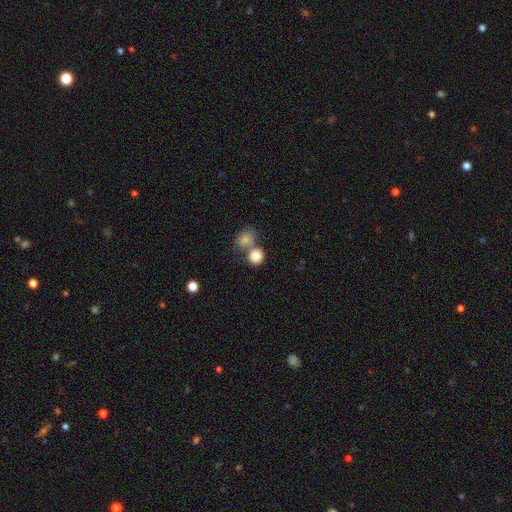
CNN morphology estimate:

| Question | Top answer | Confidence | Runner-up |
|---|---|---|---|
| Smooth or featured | smooth | 83% | star or artifact (9%) |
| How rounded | round | 83% | in between (16%) |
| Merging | merger | 46% | none (41%) |